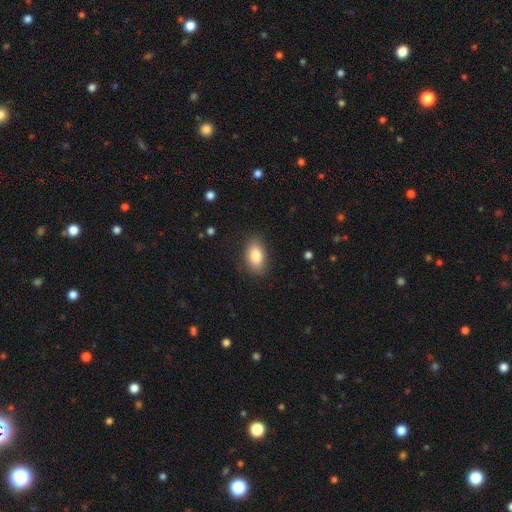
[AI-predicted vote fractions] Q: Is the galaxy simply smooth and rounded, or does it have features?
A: smooth — 83%.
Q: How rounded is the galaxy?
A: in between — 90%.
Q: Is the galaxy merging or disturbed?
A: none — 86%.